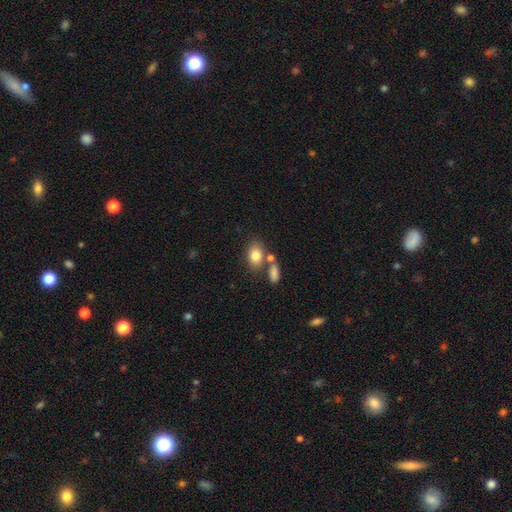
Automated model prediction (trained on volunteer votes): Smooth or featured: smooth — 80% (featured or disk — 11%)
How rounded: in between — 78% (round — 20%)
Merging: none — 59% (merger — 24%)